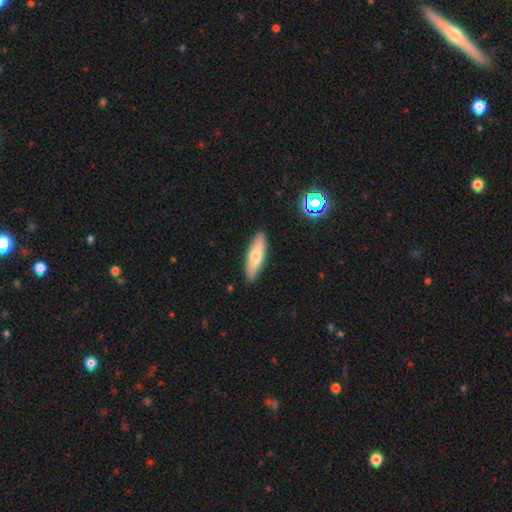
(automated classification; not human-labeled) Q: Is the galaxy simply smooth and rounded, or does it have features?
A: smooth — 66%.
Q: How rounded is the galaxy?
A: cigar-shaped — 50%.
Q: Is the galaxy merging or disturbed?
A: none — 89%.